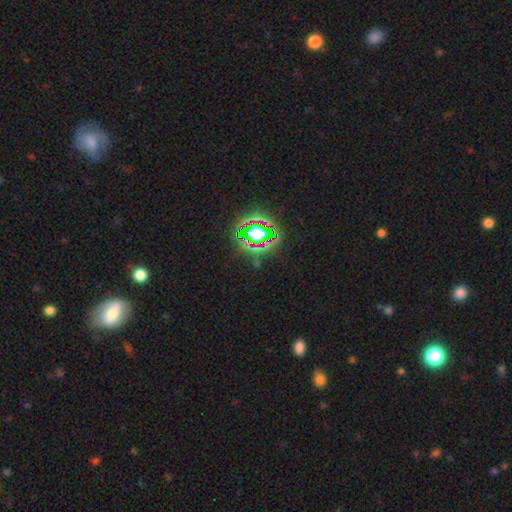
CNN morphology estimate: Smooth or featured?
  - star or artifact: 79% *
  - smooth: 13%
  - featured or disk: 8%